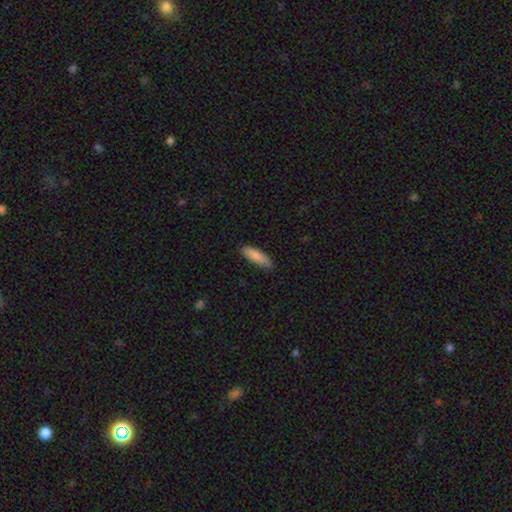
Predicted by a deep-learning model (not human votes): The model was most divided on "how rounded": cigar-shaped: 50%, in between: 49%, round: 2%. More confident: smooth or featured — smooth (84%); merging — none (84%).